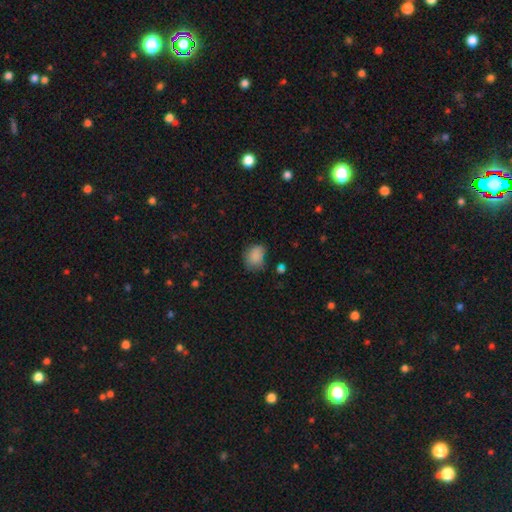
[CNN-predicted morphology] smooth 83%, star or artifact 11%, featured or disk 6%. Down the decision tree: how rounded — in between (56%); merging — none (61%).